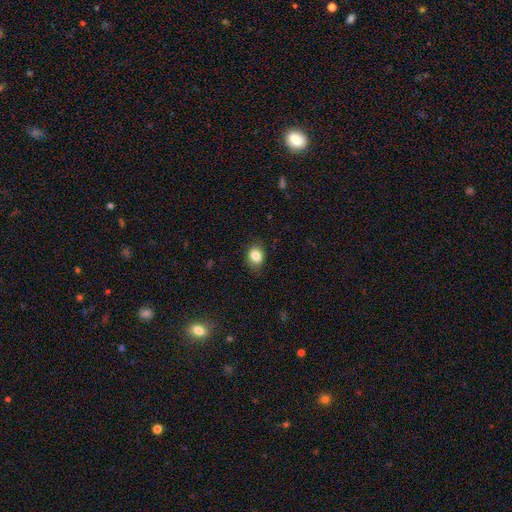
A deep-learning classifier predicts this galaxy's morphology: Q: Smooth or featured?
A: smooth (83%); runner-up: star or artifact (9%)
Q: How rounded?
A: in between (54%); runner-up: round (45%)
Q: Merging?
A: none (81%); runner-up: minor disturbance (15%)